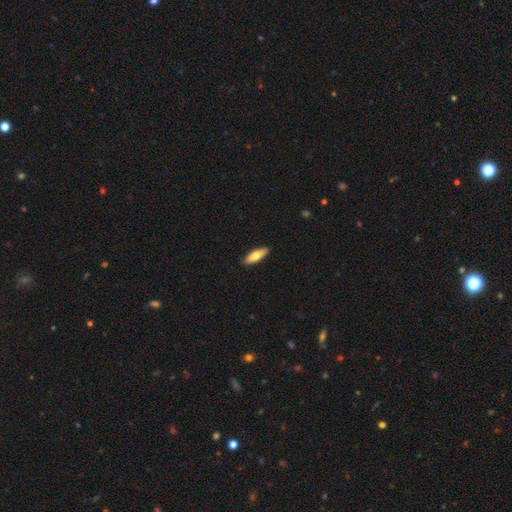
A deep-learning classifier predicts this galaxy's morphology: This is likely a smooth galaxy (68%). How rounded: possibly in between (50%). Merging: clearly none (90%).